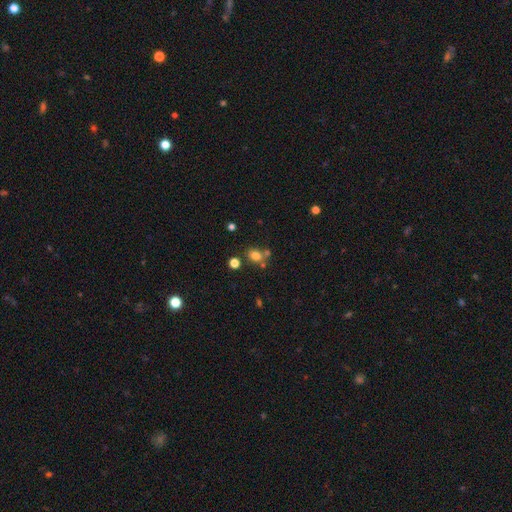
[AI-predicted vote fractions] This appears to be a smooth galaxy with no disk features (76%) that is round (53%). Merging: none (62%).